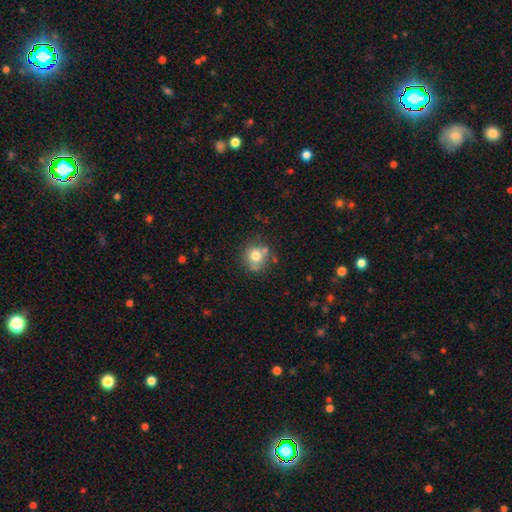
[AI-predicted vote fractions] Morphology: type=smooth (73%); roundness=round (85%); merging=none (63%).